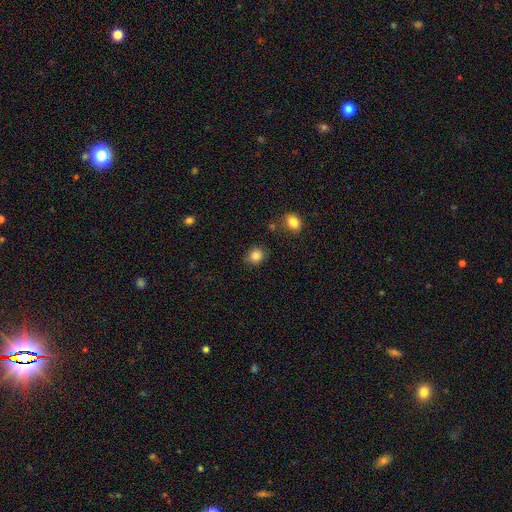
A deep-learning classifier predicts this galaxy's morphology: Smooth or featured? Predicted: smooth (p=0.85). How rounded? Predicted: round (p=0.69). Merging? Predicted: none (p=0.82).